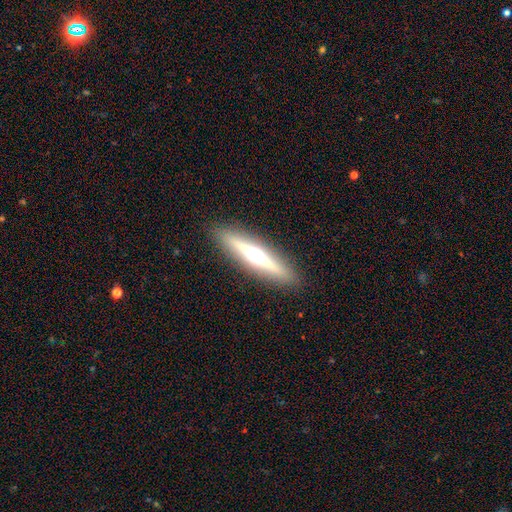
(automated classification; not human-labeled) smooth_or_featured: featured or disk (p=0.72) [alt: smooth p=0.21]
disk_edge_on: yes (p=0.96) [alt: no p=0.04]
edge_on_bulge: rounded (p=0.93) [alt: boxy p=0.04]
merging: none (p=0.90) [alt: minor disturbance p=0.07]